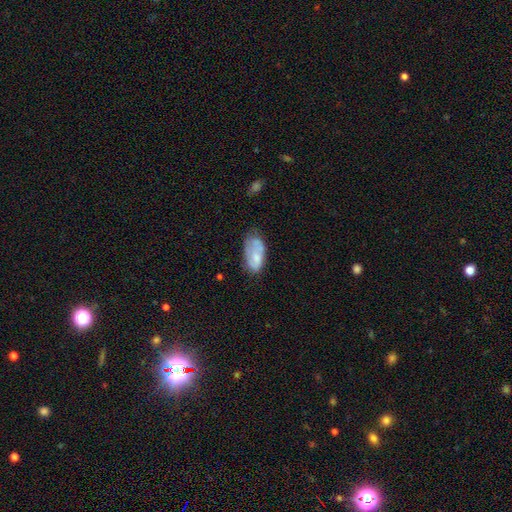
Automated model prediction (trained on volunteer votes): Smooth or featured: smooth — 60% (featured or disk — 32%)
How rounded: in between — 93% (round — 4%)
Merging: none — 43% (minor disturbance — 35%)